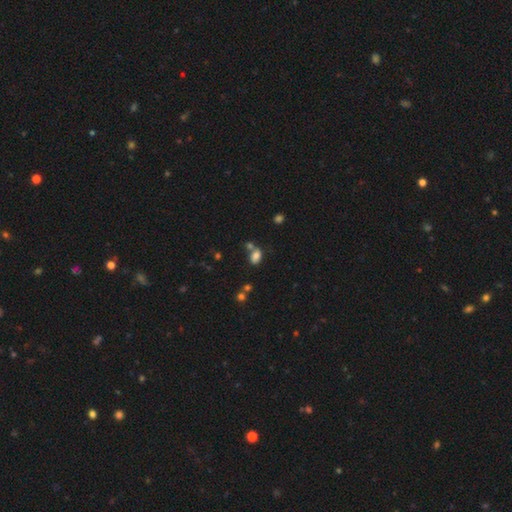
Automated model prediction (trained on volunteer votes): This appears to be a smooth galaxy with no disk features (79%) that is in between round and cigar-shaped (85%). Merging: none (47%).